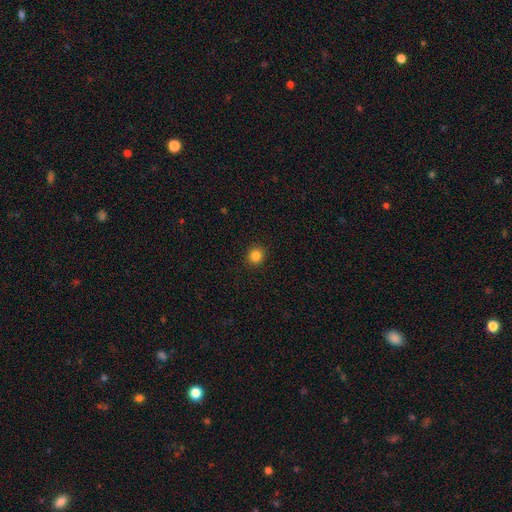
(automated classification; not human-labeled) This appears to be a smooth galaxy with no disk features (85%) that is round (89%). Merging: none (92%).